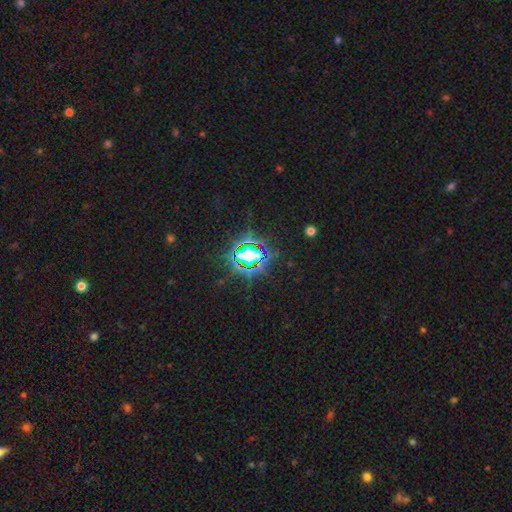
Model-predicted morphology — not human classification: Smooth or featured? star or artifact (81%)